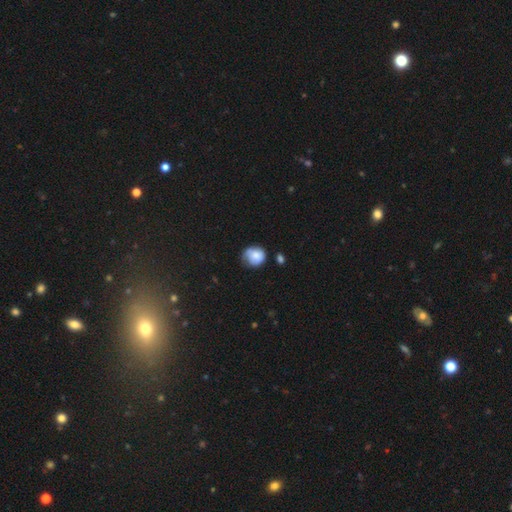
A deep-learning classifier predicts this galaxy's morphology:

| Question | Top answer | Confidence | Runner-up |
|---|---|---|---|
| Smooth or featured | smooth | 71% | featured or disk (21%) |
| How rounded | round | 77% | in between (22%) |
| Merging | none | 46% | minor disturbance (38%) |